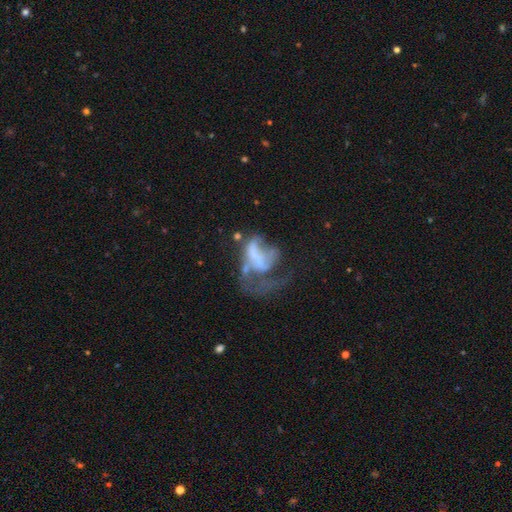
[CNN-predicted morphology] The model was most divided on "smooth or featured": featured or disk: 61%, smooth: 26%, star or artifact: 13%. More confident: edge-on disk — no (96%); spiral arms — no (68%); bar — no (62%); merging — major disturbance (57%); bulge size — none (57%).